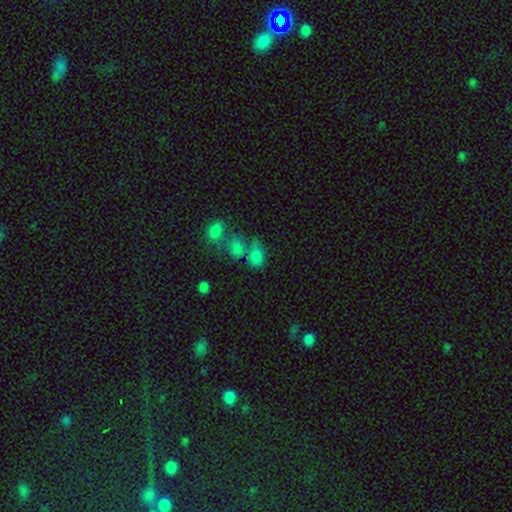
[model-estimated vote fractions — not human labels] Smooth or featured?
  - smooth: 73% *
  - star or artifact: 17%
  - featured or disk: 11%
How rounded?
  - in between: 75% *
  - round: 23%
  - cigar-shaped: 2%
Merging?
  - merger: 45% *
  - none: 32%
  - minor disturbance: 13%
  - major disturbance: 10%